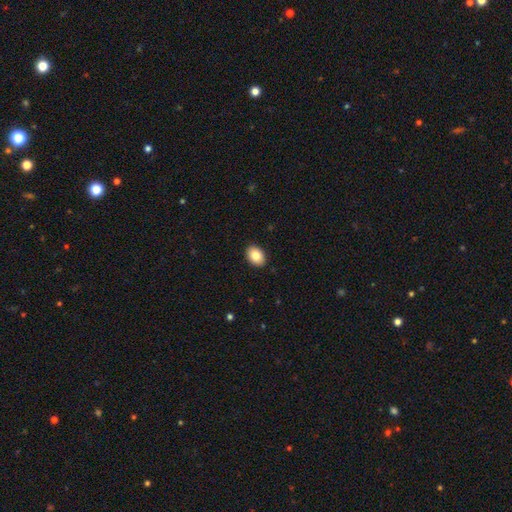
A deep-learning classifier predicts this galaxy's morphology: Overall: smooth (84%). How rounded: in between (77%). Merging: none (91%).